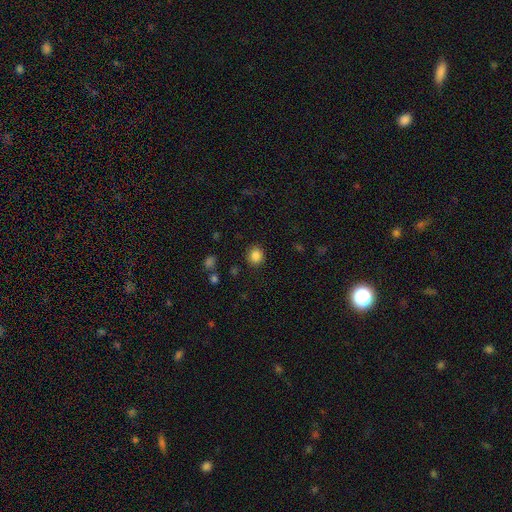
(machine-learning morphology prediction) Smooth or featured? Predicted: smooth (p=0.85). How rounded? Predicted: round (p=0.86). Merging? Predicted: none (p=0.89).